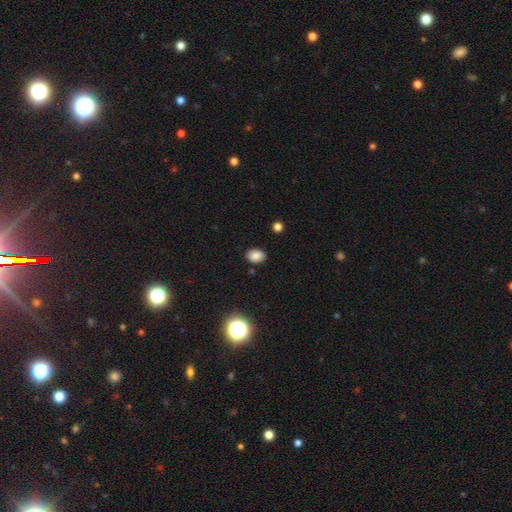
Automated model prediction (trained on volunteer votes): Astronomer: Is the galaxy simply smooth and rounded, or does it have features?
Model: smooth — 83%.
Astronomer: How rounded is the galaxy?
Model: in between — 74%.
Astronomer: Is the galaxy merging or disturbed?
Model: none — 86%.